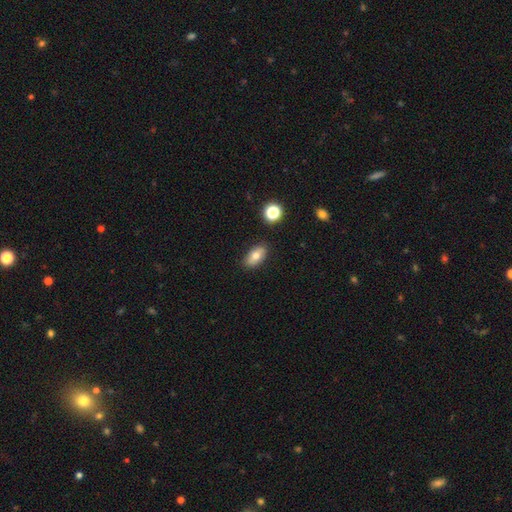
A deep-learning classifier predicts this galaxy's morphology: Overall: smooth (73%). How rounded: in between (88%). Merging: none (85%).